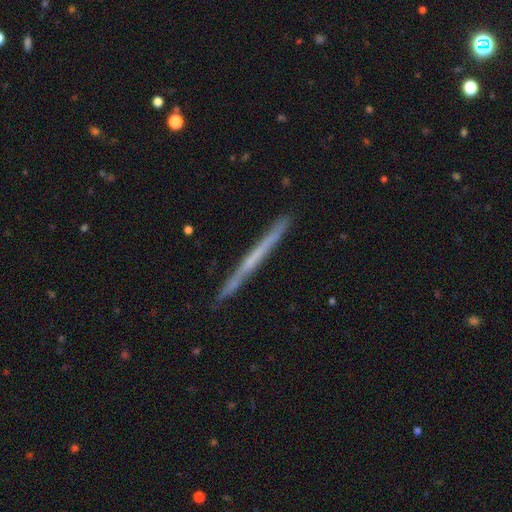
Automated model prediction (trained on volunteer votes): This appears to be a featured or disk galaxy (57%) viewed edge-on (98%) with no central bulge (90%). Merging: none (90%).